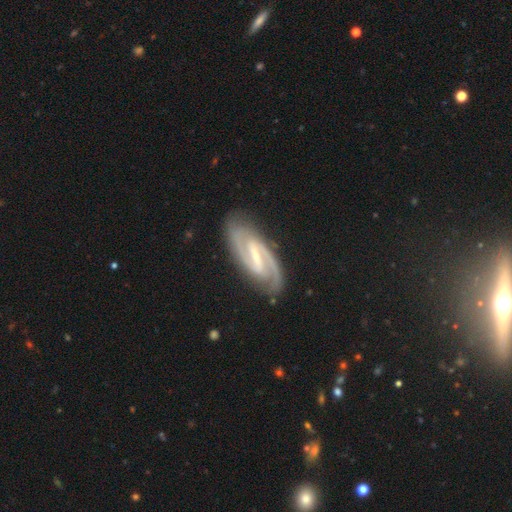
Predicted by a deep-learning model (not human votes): A featured or disk galaxy (91%) with a strong bar (60%), 2 (93%) medium (52%) spiral arms (98%) and a small central bulge (60%).

Vote fractions:
- Smooth or featured? featured or disk: 91% / smooth: 5% / star or artifact: 4%
- Edge-on disk? no: 95% / yes: 5%
- Bar? strong: 60% / weak: 32% / no: 8%
- Spiral arms? yes: 98% / no: 2%
- Spiral winding? medium: 52% / tight: 35% / loose: 13%
- Spiral arm count? 2: 93% / can't tell: 3% / 3: 2% / 1: 1% / 4: 1% / more than 4: 1%
- Bulge size? small: 60% / moderate: 22% / none: 15% / large: 2% / dominant: 1%
- Merging? none: 83% / minor disturbance: 12% / major disturbance: 3% / merger: 1%